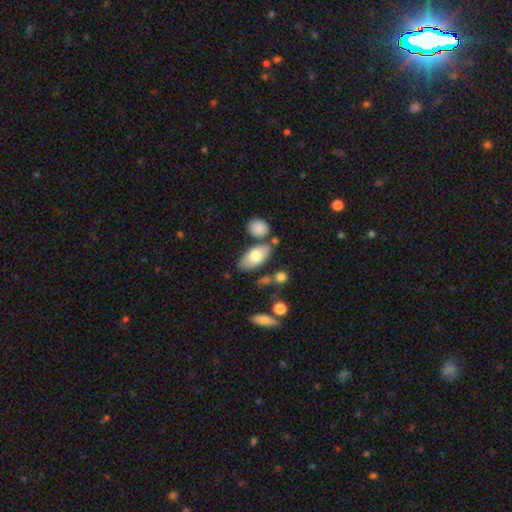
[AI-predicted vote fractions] Smooth or featured? Predicted: smooth (p=0.74). How rounded? Predicted: in between (p=0.89). Merging? Predicted: none (p=0.72).